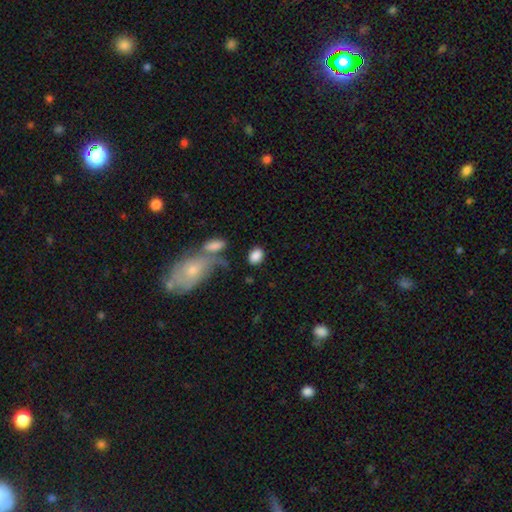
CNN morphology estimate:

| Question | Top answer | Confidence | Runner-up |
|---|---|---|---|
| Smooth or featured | smooth | 87% | star or artifact (7%) |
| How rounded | in between | 79% | round (19%) |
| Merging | none | 72% | minor disturbance (12%) |